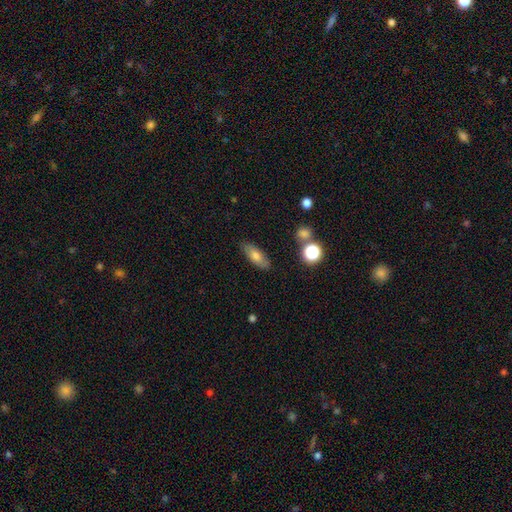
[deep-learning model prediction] Overall: smooth (73%). How rounded: in between (72%). Merging: none (84%).